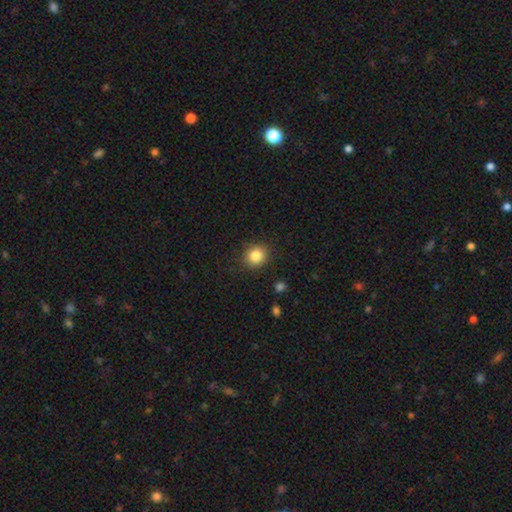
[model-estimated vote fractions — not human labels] Smooth or featured? smooth (83%)
How rounded? round (85%)
Merging? none (88%)